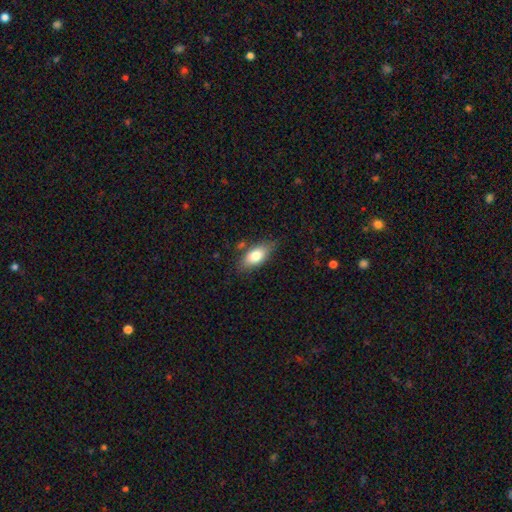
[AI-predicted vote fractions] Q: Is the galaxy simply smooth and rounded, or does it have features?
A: smooth — 77%.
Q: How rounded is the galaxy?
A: in between — 88%.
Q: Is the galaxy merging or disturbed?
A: none — 75%.